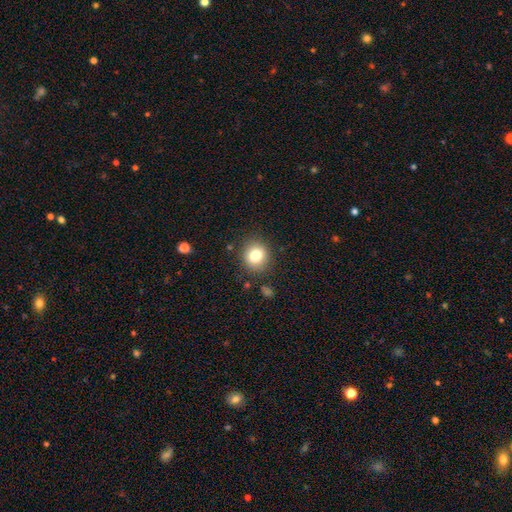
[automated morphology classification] A smooth galaxy with no disk features (79%) that is round (84%). Merging: none (86%).